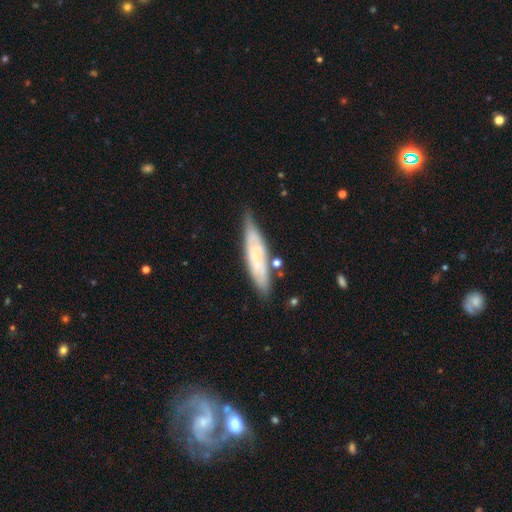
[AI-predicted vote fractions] Smooth or featured?
  - smooth: 47% *
  - featured or disk: 46%
  - star or artifact: 7%
Merging?
  - none: 64% *
  - minor disturbance: 26%
  - major disturbance: 6%
  - merger: 5%